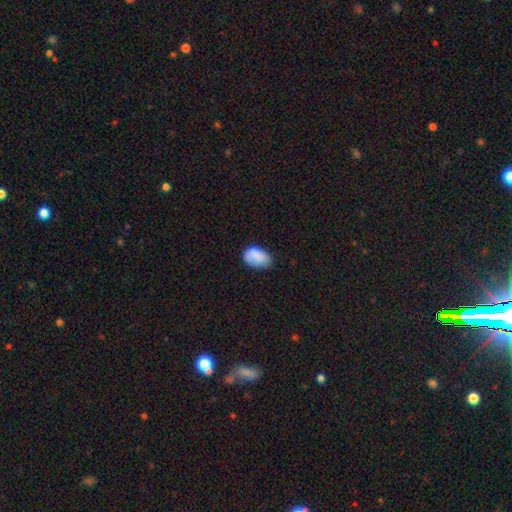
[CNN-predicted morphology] Q: Smooth or featured?
A: smooth (83%); runner-up: featured or disk (9%)
Q: How rounded?
A: in between (88%); runner-up: round (11%)
Q: Merging?
A: none (56%); runner-up: minor disturbance (34%)